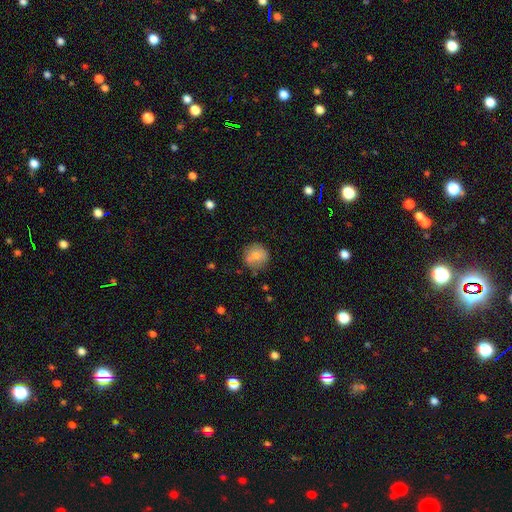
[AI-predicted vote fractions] This appears to be a smooth galaxy with no disk features (76%) that is round (89%). Merging: none (73%).